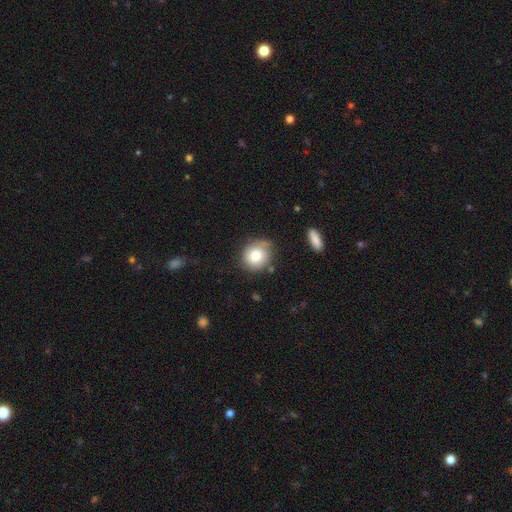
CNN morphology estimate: This appears to be a smooth galaxy with no disk features (79%) that is round (84%). Merging: none (70%).